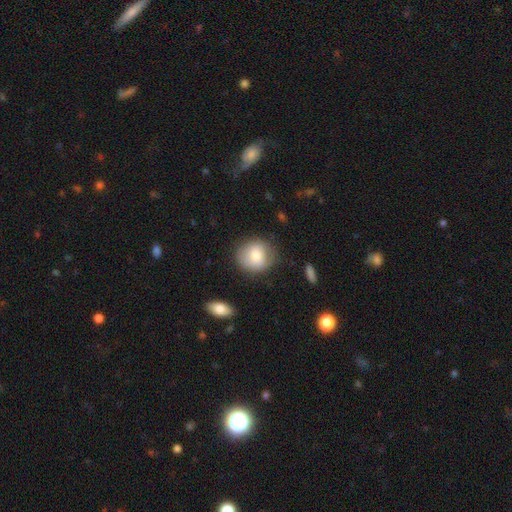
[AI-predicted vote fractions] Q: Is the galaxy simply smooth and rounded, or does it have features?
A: smooth — 72%.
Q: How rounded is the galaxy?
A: round — 83%.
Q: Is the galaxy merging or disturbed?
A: none — 76%.